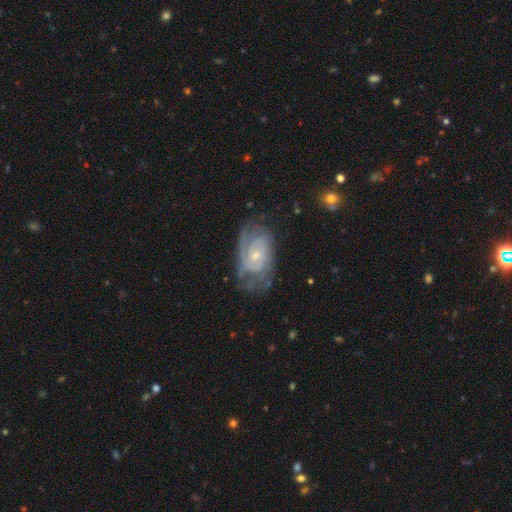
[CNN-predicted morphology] featured or disk 81%, smooth 12%, star or artifact 6%. Down the decision tree: edge-on disk — no (97%); bar — no (62%); spiral arms — yes (92%); spiral arm count — can't tell (36%); spiral winding — tight (58%); bulge size — small (63%); merging — none (58%).